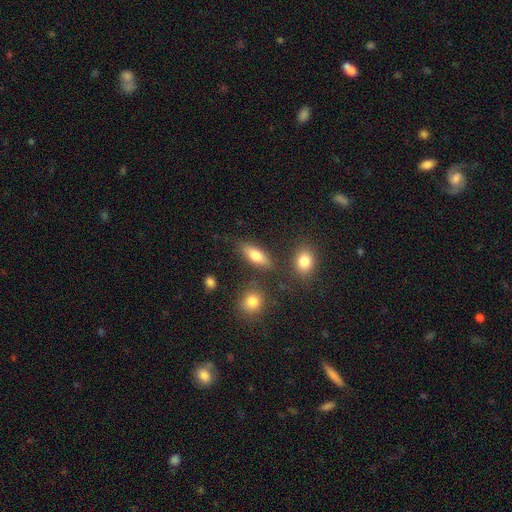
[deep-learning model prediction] Overall: smooth (74%). How rounded: in between (72%). Merging: none (79%).